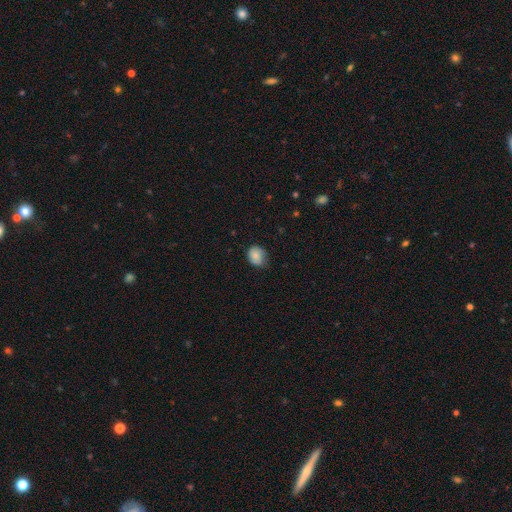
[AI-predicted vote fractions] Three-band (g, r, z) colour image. It shows a smooth galaxy with no disk features (84%) that is round (55%). Merging: none (65%).